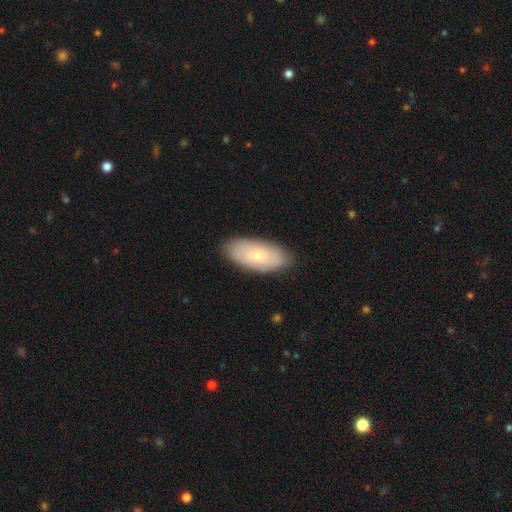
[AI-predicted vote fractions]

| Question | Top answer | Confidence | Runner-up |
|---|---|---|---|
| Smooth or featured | smooth | 55% | featured or disk (39%) |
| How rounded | in between | 91% | cigar-shaped (7%) |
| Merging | none | 84% | minor disturbance (12%) |